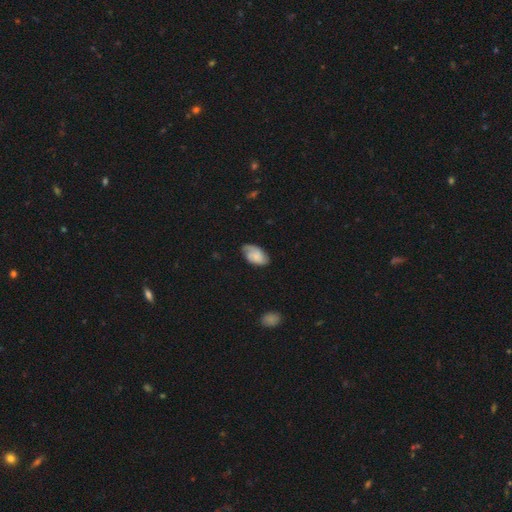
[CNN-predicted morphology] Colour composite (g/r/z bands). It shows a smooth galaxy with no disk features (51%) that is in between round and cigar-shaped (93%). Merging: none (66%).